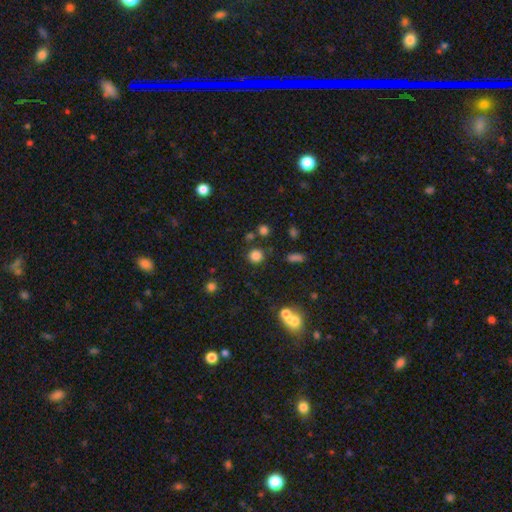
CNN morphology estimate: smooth-or-featured: smooth: 80% | star or artifact: 15% | featured or disk: 5%
  how-rounded: round: 89% | in between: 10% | cigar-shaped: 1%
  merging: none: 80% | minor disturbance: 9% | merger: 7% | major disturbance: 4%